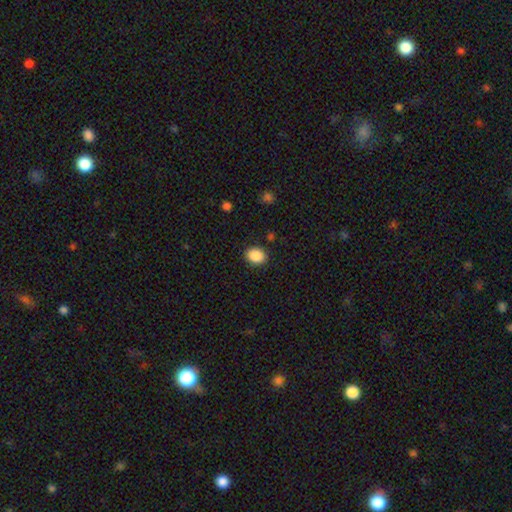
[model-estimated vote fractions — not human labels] Morphology: type=smooth (89%); roundness=round (50%); merging=none (88%).